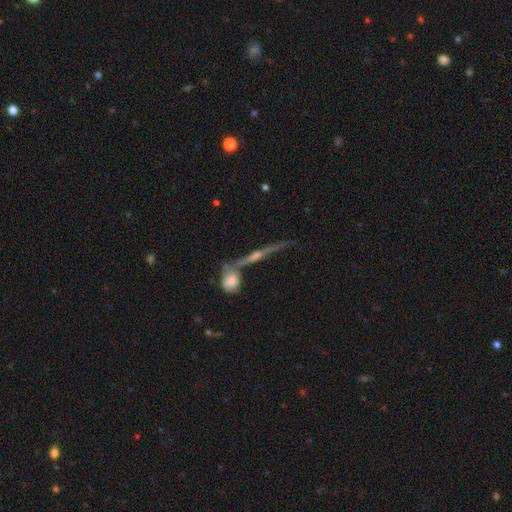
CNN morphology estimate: Smooth or featured?
  - featured or disk: 69% *
  - smooth: 17%
  - star or artifact: 15%
Edge-on disk?
  - yes: 90% *
  - no: 10%
Edge-on bulge?
  - rounded: 79% *
  - none: 13%
  - boxy: 8%
Merging?
  - none: 61% *
  - merger: 23%
  - minor disturbance: 10%
  - major disturbance: 6%